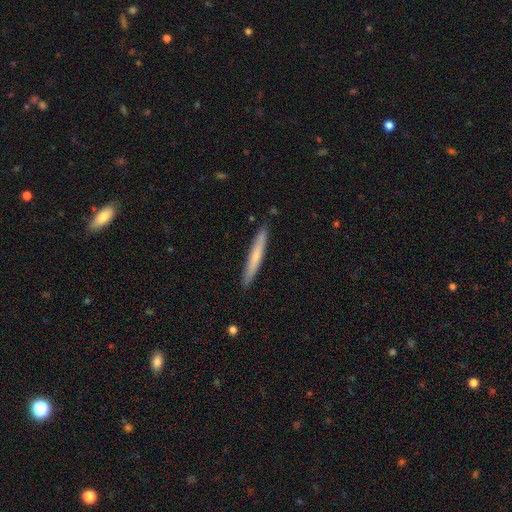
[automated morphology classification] Q: Smooth or featured?
A: smooth (64%); runner-up: featured or disk (31%)
Q: How rounded?
A: cigar-shaped (97%); runner-up: in between (2%)
Q: Merging?
A: none (91%); runner-up: minor disturbance (6%)